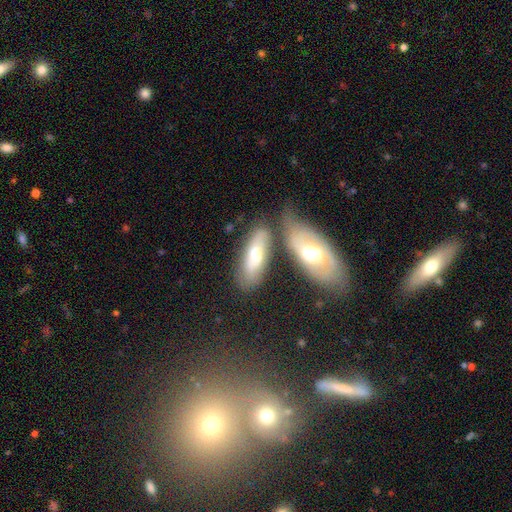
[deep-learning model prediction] This is possibly a smooth galaxy (57%). How rounded: likely in between (68%). Merging: possibly none (55%).